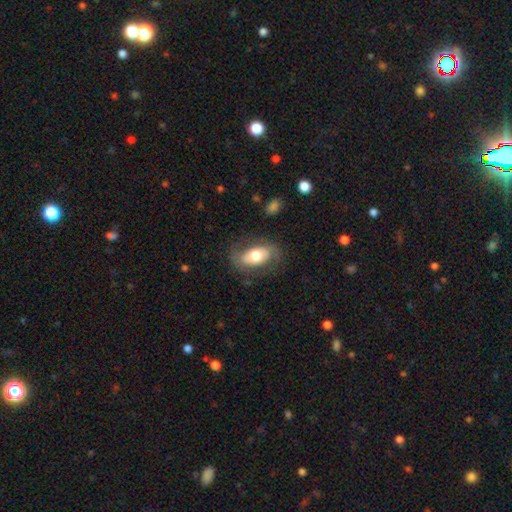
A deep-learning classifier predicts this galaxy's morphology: Smooth or featured: smooth — 53% (featured or disk — 41%)
How rounded: in between — 90% (round — 7%)
Merging: none — 71% (minor disturbance — 17%)